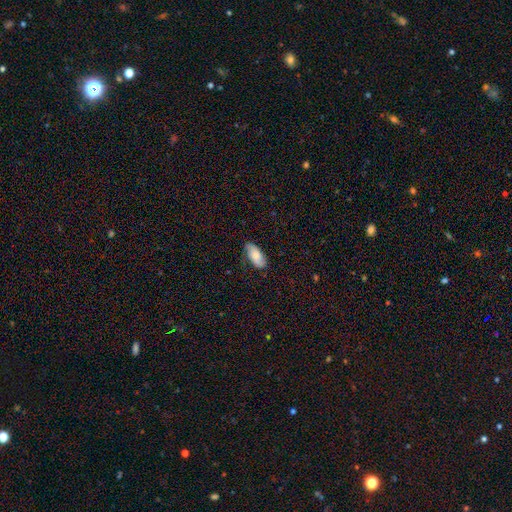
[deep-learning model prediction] Smooth or featured? Predicted: smooth (p=0.54). How rounded? Predicted: in between (p=0.90). Merging? Predicted: none (p=0.76).